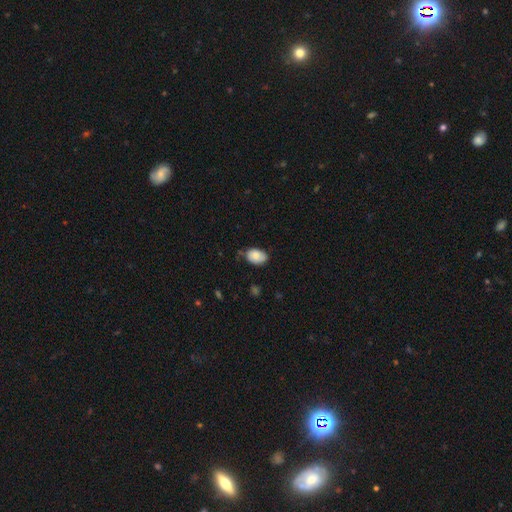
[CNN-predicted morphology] smooth 76%, featured or disk 16%, star or artifact 7%. Down the decision tree: how rounded — in between (85%); merging — none (63%).